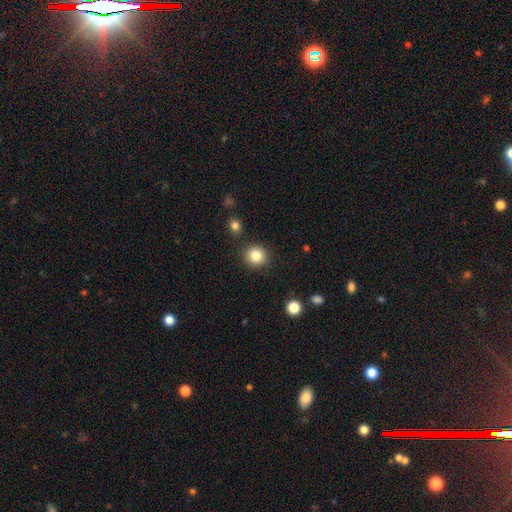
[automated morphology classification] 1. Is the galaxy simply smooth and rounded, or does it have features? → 85% smooth, 10% star or artifact, 5% featured or disk.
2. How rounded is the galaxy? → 92% round, 7% in between, 1% cigar-shaped.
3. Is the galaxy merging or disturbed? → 87% none, 7% minor disturbance, 3% merger, 2% major disturbance.